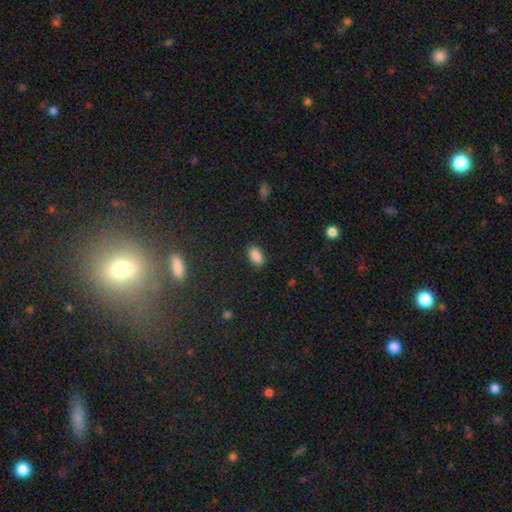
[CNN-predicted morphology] smooth-or-featured: smooth: 87% | star or artifact: 9% | featured or disk: 4%
  how-rounded: in between: 92% | round: 5% | cigar-shaped: 3%
  merging: none: 88% | minor disturbance: 9% | major disturbance: 2% | merger: 1%